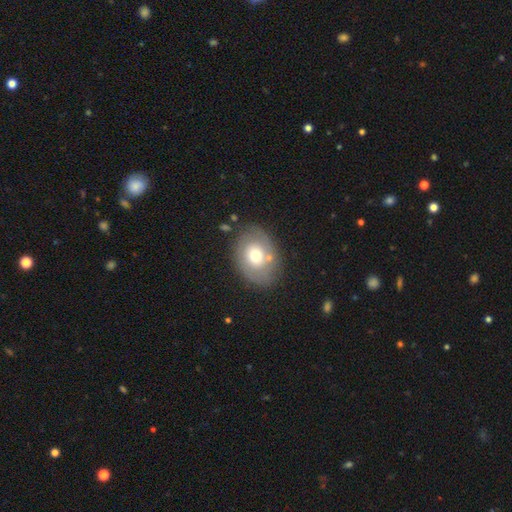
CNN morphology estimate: A smooth galaxy with no disk features (54%) that is in between round and cigar-shaped (65%).

Vote fractions:
- Smooth or featured? smooth: 54% / featured or disk: 38% / star or artifact: 8%
- How rounded? in between: 65% / round: 34% / cigar-shaped: 1%
- Merging? none: 71% / minor disturbance: 16% / merger: 7% / major disturbance: 6%